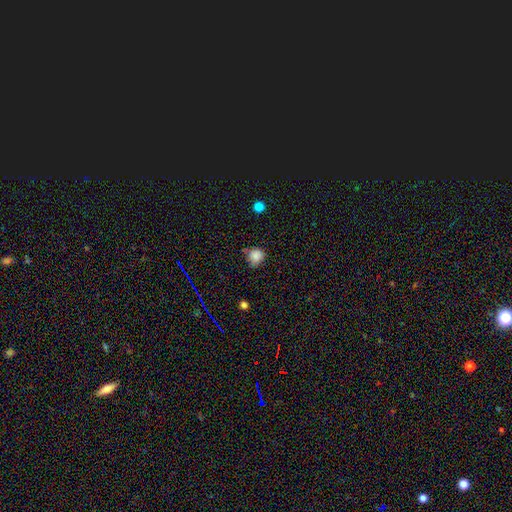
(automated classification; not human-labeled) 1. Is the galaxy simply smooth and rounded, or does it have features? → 82% smooth, 12% star or artifact, 6% featured or disk.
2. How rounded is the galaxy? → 81% round, 18% in between, 1% cigar-shaped.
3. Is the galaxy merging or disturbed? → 60% none, 30% minor disturbance, 6% major disturbance, 4% merger.